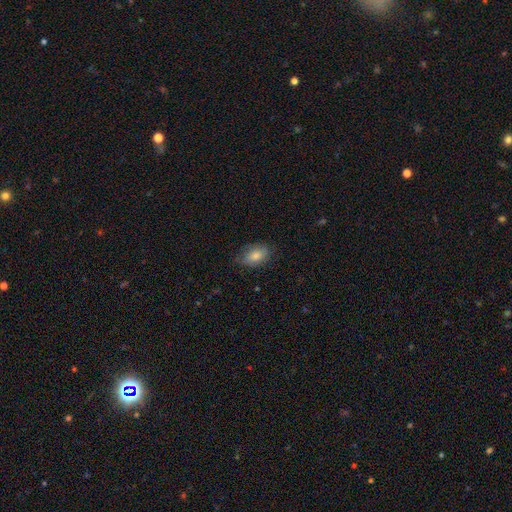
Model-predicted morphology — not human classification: The model was most divided on "merging": none: 74%, minor disturbance: 20%, major disturbance: 5%, merger: 1%. More confident: how rounded — in between (89%); smooth or featured — smooth (79%).